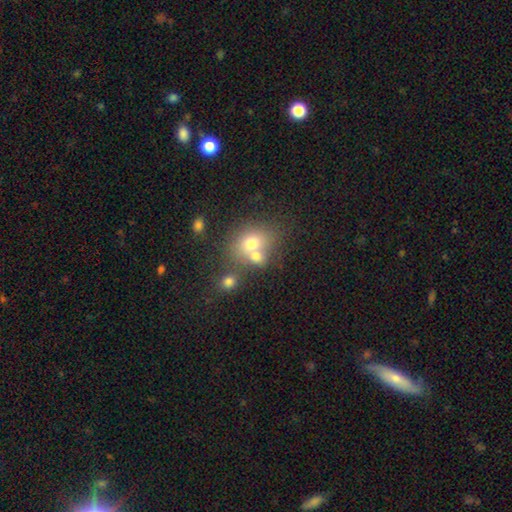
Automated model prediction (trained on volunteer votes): Morphology: type=smooth (70%); roundness=round (50%); merging=merger (52%).